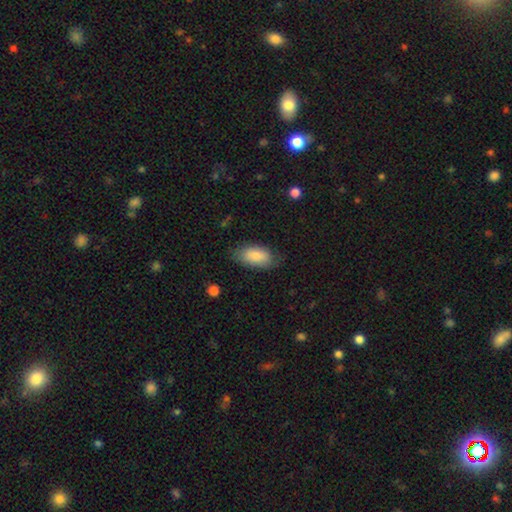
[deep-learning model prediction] Morphology: type=smooth (85%); roundness=in between (93%); merging=none (74%).